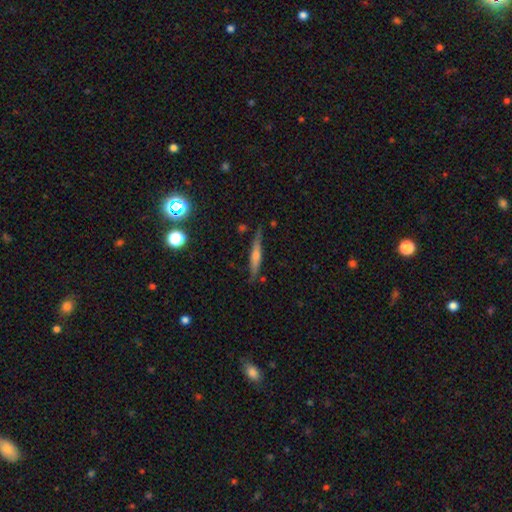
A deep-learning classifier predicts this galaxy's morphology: Smooth or featured: featured or disk — 61% (smooth — 28%)
Edge-on disk: yes — 96% (no — 4%)
Edge-on bulge: rounded — 72% (none — 17%)
Merging: none — 86% (minor disturbance — 10%)